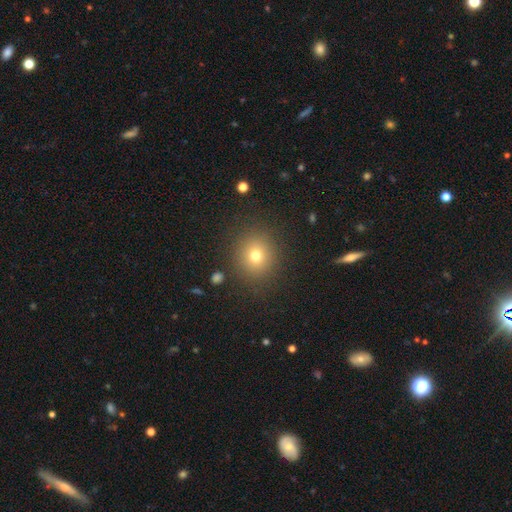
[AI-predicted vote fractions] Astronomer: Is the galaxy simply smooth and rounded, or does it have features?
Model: smooth — 73%.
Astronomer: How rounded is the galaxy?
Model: round — 85%.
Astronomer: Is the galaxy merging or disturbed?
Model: none — 87%.